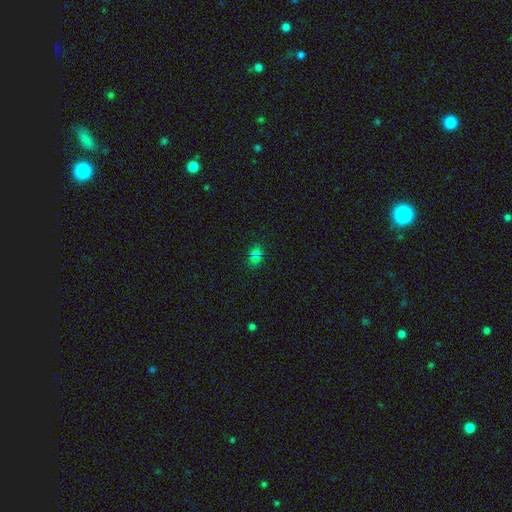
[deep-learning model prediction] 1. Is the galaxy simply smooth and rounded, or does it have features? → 63% smooth, 27% star or artifact, 10% featured or disk.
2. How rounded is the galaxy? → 67% in between, 30% round, 3% cigar-shaped.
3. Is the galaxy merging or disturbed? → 74% none, 12% minor disturbance, 10% merger, 4% major disturbance.